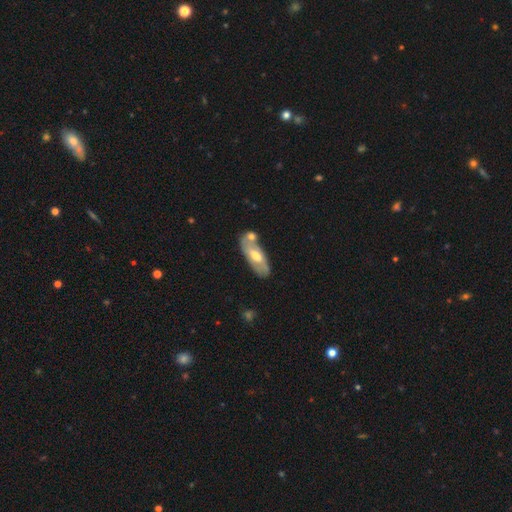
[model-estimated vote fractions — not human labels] This is possibly a featured or disk galaxy (53%). It is likely not viewed edge-on (80%). Merging: possibly none (59%).